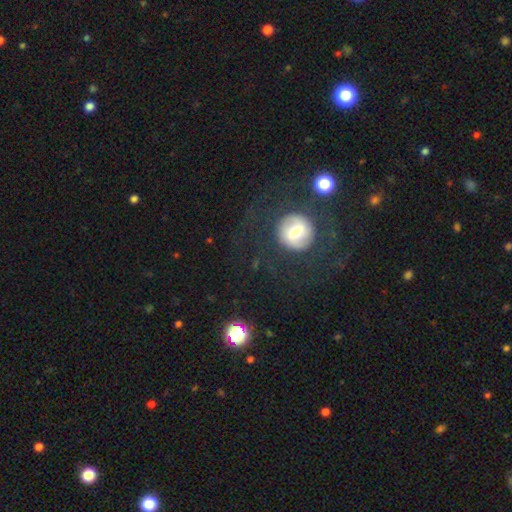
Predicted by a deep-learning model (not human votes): Morphology: type=smooth (46%); merging=none (78%).